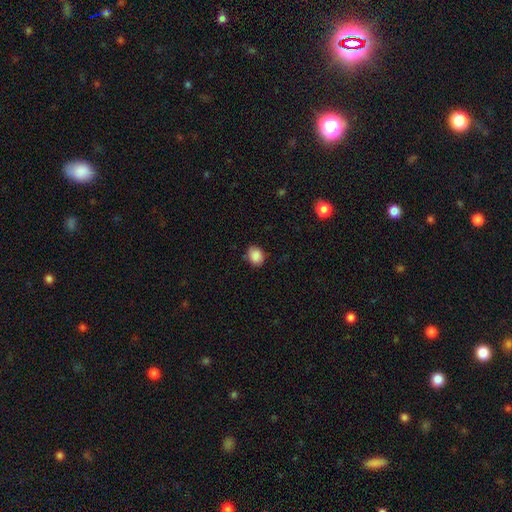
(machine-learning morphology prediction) Smooth or featured? Predicted: smooth (p=0.88). How rounded? Predicted: in between (p=0.50). Merging? Predicted: none (p=0.81).